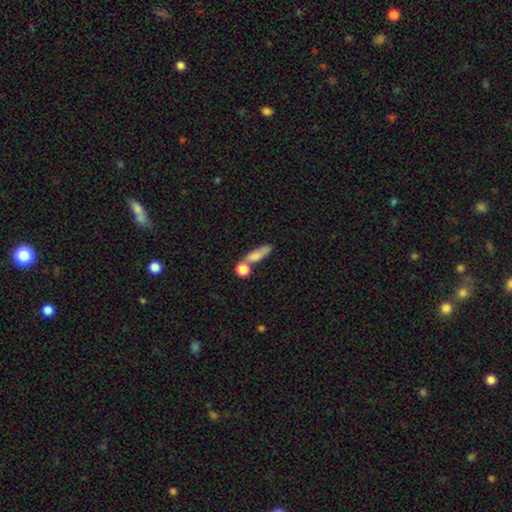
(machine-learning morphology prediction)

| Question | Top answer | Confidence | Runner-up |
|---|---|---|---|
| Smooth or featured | smooth | 74% | featured or disk (17%) |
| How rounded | in between | 43% | cigar-shaped (41%) |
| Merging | none | 42% | merger (34%) |